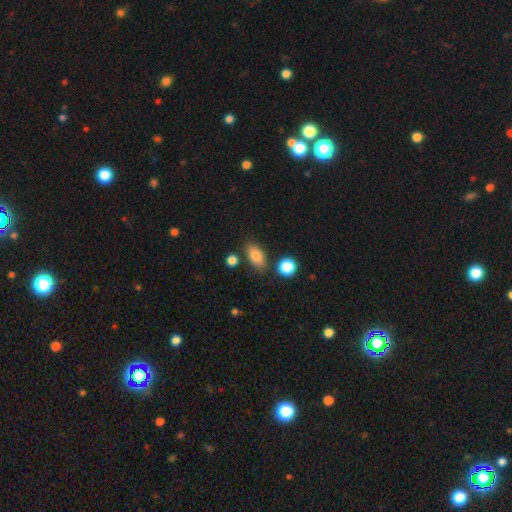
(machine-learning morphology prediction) A smooth galaxy with no disk features (84%) that is in between round and cigar-shaped (87%). Merging: none (79%).